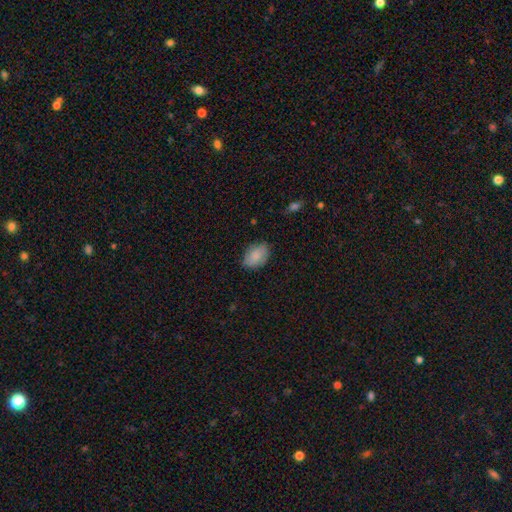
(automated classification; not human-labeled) Smooth or featured? smooth (86%)
How rounded? in between (86%)
Merging? none (80%)